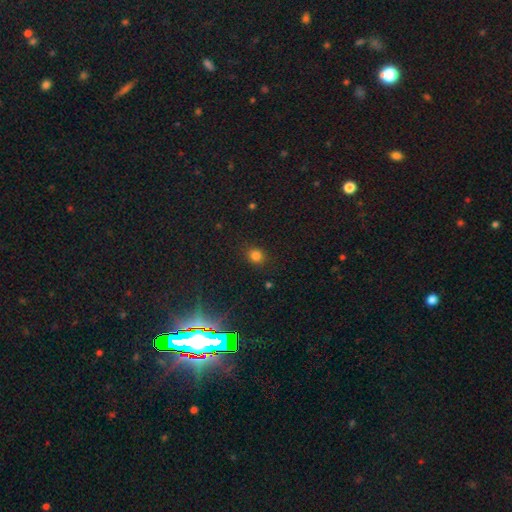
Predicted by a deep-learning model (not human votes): This appears to be a smooth galaxy with no disk features (80%) that is round (76%). Merging: none (85%).